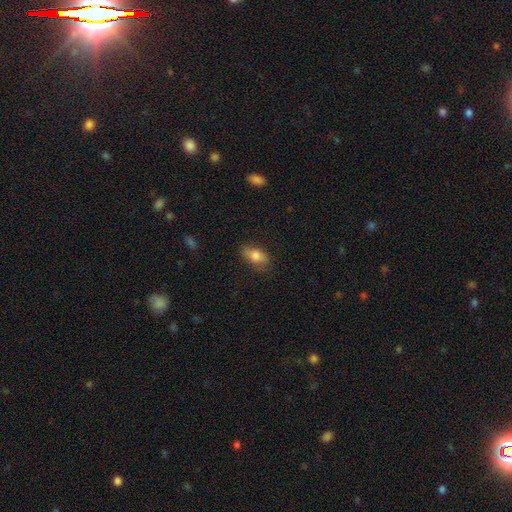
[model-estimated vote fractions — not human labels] Smooth or featured: smooth — 77% (featured or disk — 16%)
How rounded: in between — 86% (cigar-shaped — 9%)
Merging: none — 77% (minor disturbance — 17%)